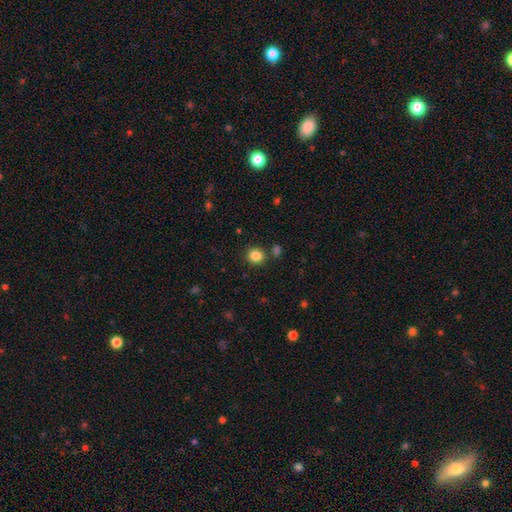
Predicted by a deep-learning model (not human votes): This is clearly a smooth galaxy (84%). How rounded: clearly round (84%). Merging: clearly none (85%).